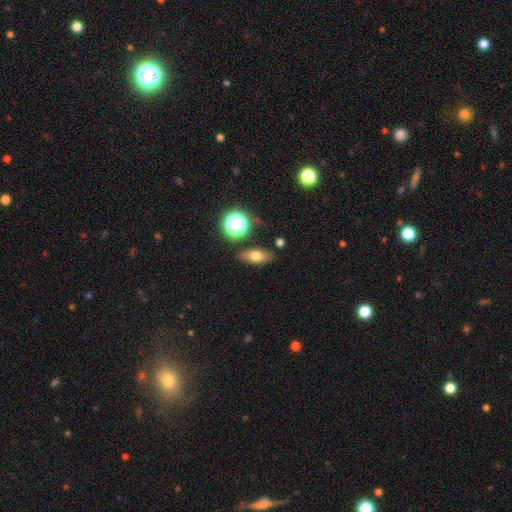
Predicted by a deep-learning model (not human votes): Q: Smooth or featured?
A: smooth (68%); runner-up: featured or disk (19%)
Q: How rounded?
A: in between (79%); runner-up: round (13%)
Q: Merging?
A: none (79%); runner-up: minor disturbance (13%)